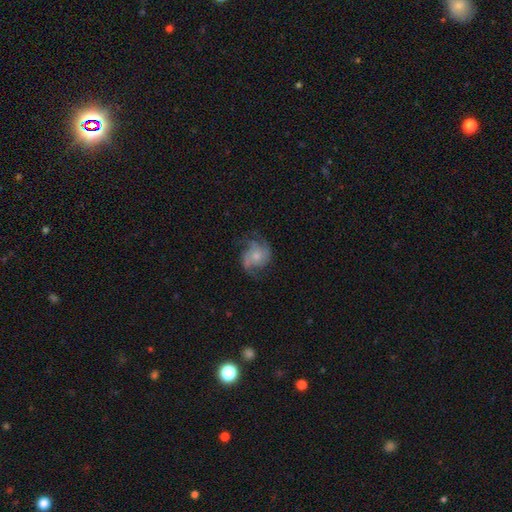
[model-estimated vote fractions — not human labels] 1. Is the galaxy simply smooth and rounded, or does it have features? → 75% featured or disk, 18% smooth, 7% star or artifact.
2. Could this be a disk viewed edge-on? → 98% no, 2% yes.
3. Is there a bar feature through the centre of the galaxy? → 75% no, 21% weak, 3% strong.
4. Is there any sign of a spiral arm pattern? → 94% yes, 6% no.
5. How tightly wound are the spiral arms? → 49% medium, 26% loose, 25% tight.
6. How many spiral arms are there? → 54% 2, 21% 3, 12% can't tell, 5% 4, 4% 1, 4% more than 4.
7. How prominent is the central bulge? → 51% small, 37% moderate, 6% none, 4% large, 1% dominant.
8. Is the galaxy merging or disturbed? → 63% none, 21% minor disturbance, 15% major disturbance, 1% merger.